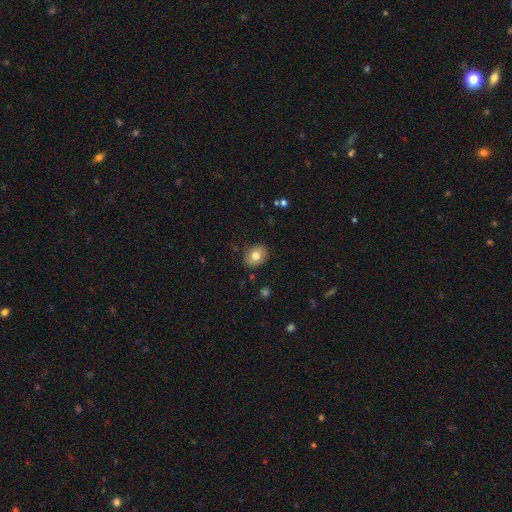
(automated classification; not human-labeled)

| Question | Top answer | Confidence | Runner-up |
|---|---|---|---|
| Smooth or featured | smooth | 77% | featured or disk (14%) |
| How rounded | in between | 55% | round (44%) |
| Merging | none | 86% | minor disturbance (11%) |